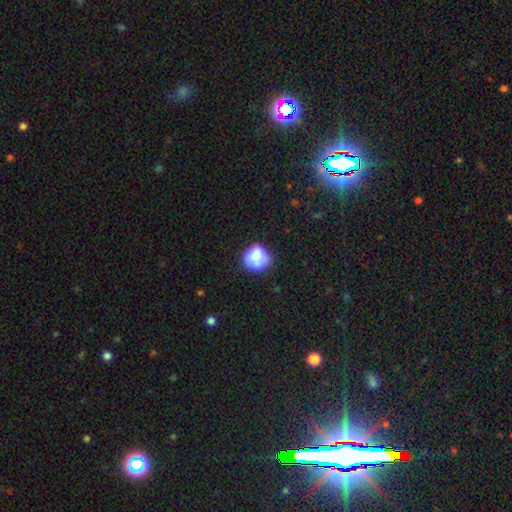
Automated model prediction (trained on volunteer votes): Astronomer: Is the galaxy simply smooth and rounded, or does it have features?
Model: smooth — 76%.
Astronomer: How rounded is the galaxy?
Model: round — 73%.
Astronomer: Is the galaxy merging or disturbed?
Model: none — 55%.